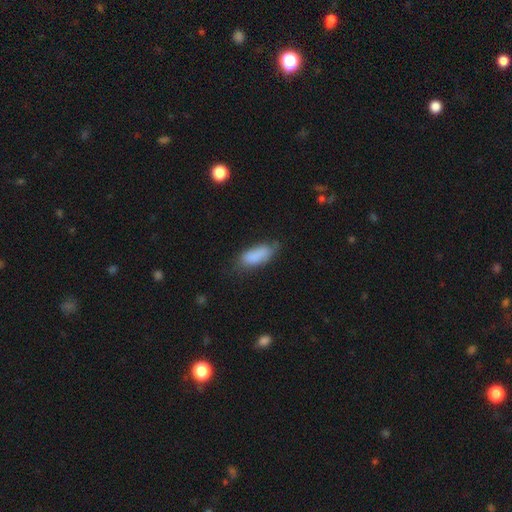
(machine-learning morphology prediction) smooth_or_featured: smooth (p=0.84) [alt: featured or disk p=0.09]
how_rounded: in between (p=0.78) [alt: cigar-shaped p=0.19]
merging: none (p=0.59) [alt: minor disturbance p=0.29]